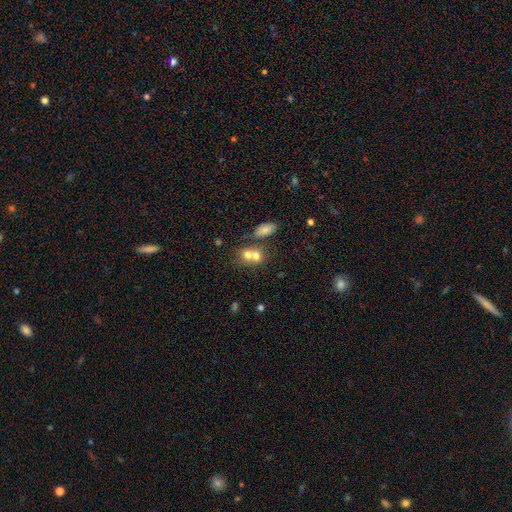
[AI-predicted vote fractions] This appears to be a smooth galaxy with no disk features (69%) that is round (64%). Merging: merger (59%).